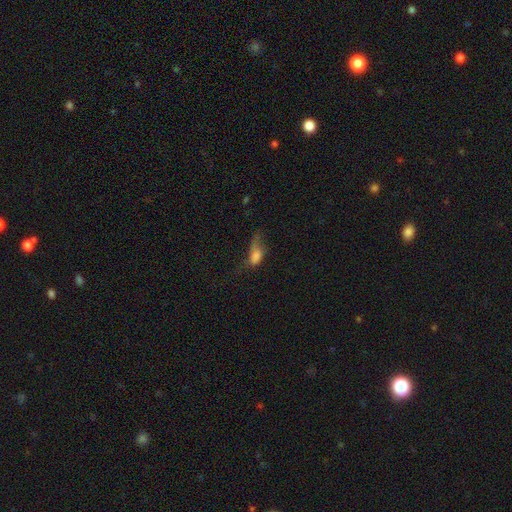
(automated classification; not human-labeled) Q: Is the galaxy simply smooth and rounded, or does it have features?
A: smooth — 69%.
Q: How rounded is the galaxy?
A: in between — 81%.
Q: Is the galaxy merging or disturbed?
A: major disturbance — 49%.